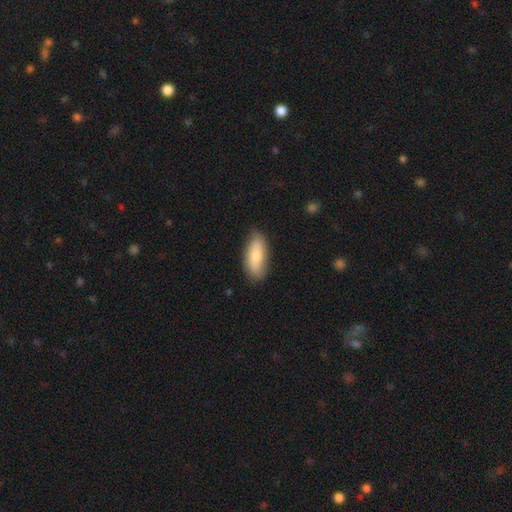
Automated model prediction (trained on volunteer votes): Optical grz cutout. It shows a smooth galaxy with no disk features (72%) that is in between round and cigar-shaped (82%). Merging: none (80%).